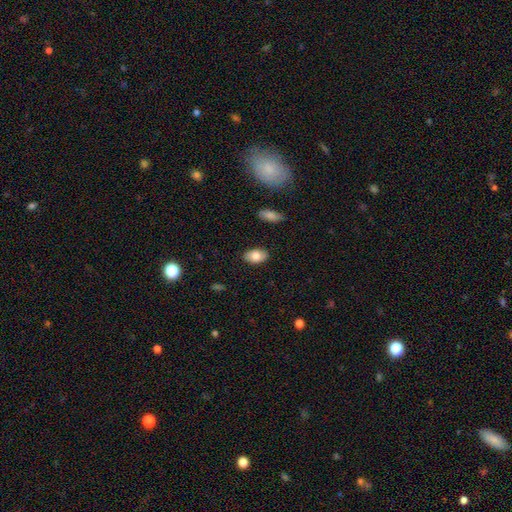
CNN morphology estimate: smooth-or-featured: smooth: 78% | featured or disk: 15% | star or artifact: 7%
  how-rounded: in between: 92% | round: 6% | cigar-shaped: 2%
  merging: none: 87% | minor disturbance: 10% | major disturbance: 2% | merger: 1%